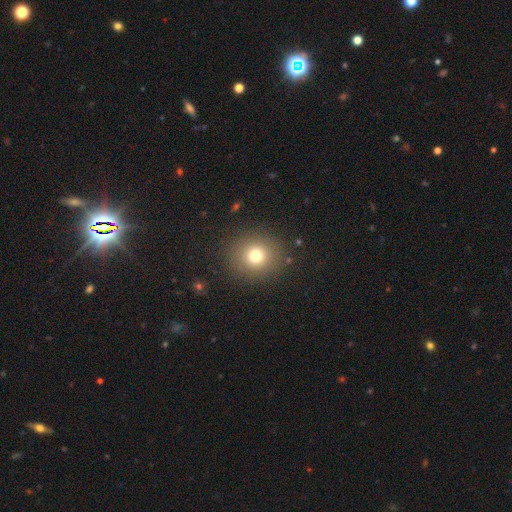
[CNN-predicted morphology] A smooth galaxy with no disk features (74%) that is round (89%).

Vote fractions:
- Smooth or featured? smooth: 74% / star or artifact: 15% / featured or disk: 10%
- How rounded? round: 89% / in between: 10% / cigar-shaped: 1%
- Merging? none: 88% / minor disturbance: 7% / major disturbance: 4% / merger: 1%